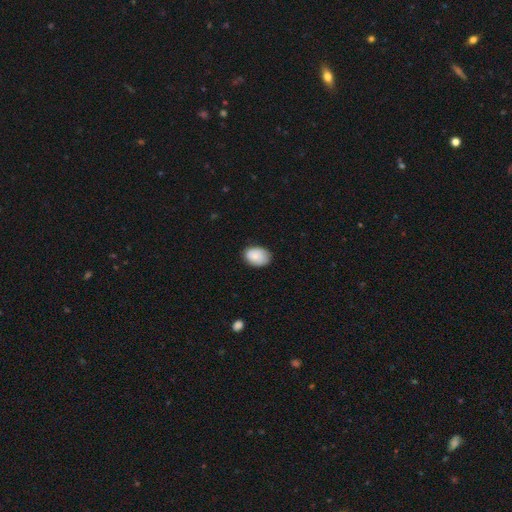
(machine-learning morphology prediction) A smooth galaxy with no disk features (86%) that is in between round and cigar-shaped (77%).

Vote fractions:
- Smooth or featured? smooth: 86% / featured or disk: 7% / star or artifact: 7%
- How rounded? in between: 77% / round: 22% / cigar-shaped: 1%
- Merging? none: 76% / minor disturbance: 20% / major disturbance: 3% / merger: 1%